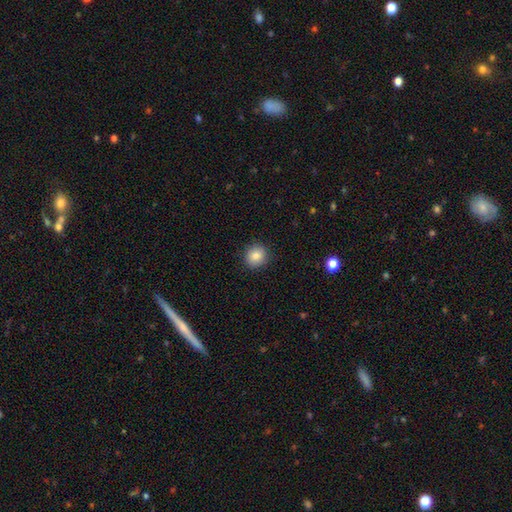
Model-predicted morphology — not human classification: A smooth galaxy with no disk features (84%) that is round (82%).

Vote fractions:
- Smooth or featured? smooth: 84% / star or artifact: 10% / featured or disk: 7%
- How rounded? round: 82% / in between: 17% / cigar-shaped: 1%
- Merging? none: 89% / minor disturbance: 8% / major disturbance: 2% / merger: 1%